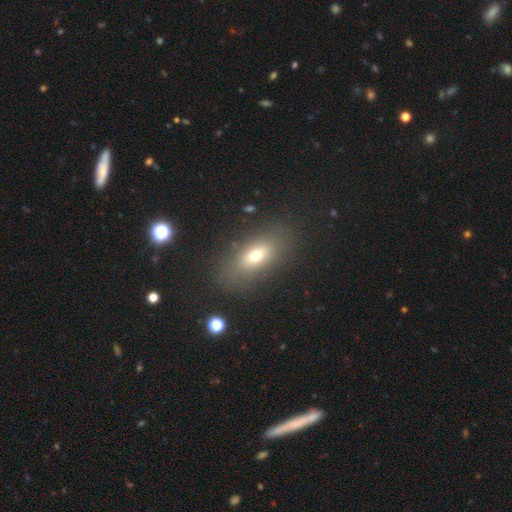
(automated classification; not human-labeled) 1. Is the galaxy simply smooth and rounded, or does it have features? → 67% smooth, 20% featured or disk, 13% star or artifact.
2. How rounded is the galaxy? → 80% in between, 10% cigar-shaped, 9% round.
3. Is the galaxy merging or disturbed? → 82% none, 11% minor disturbance, 6% major disturbance, 2% merger.